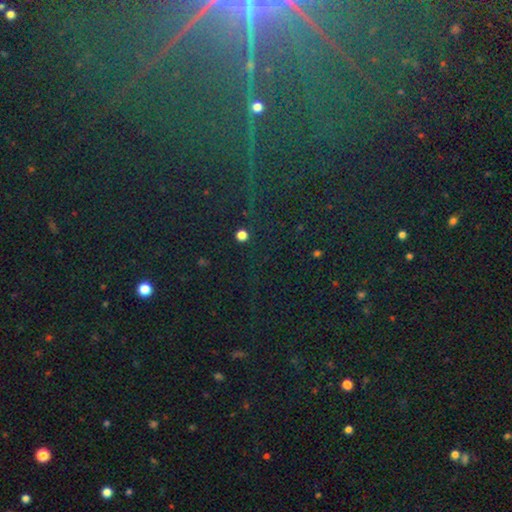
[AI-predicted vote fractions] The model was most divided on "smooth or featured": star or artifact: 82%, smooth: 9%, featured or disk: 8%.